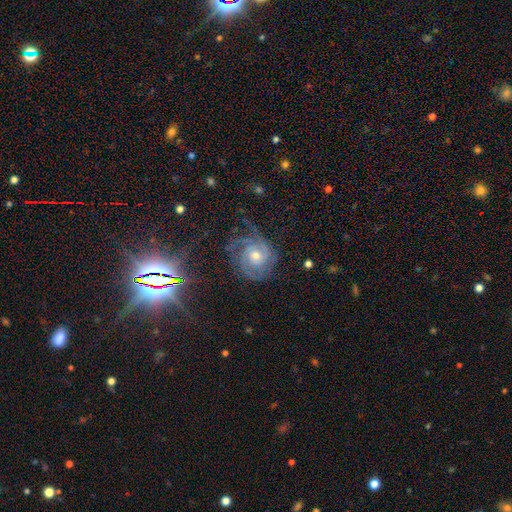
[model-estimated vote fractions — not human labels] Smooth or featured?
  - featured or disk: 81% *
  - star or artifact: 10%
  - smooth: 8%
Edge-on disk?
  - no: 97% *
  - yes: 3%
Bar?
  - no: 75% *
  - weak: 20%
  - strong: 5%
Spiral arms?
  - yes: 96% *
  - no: 4%
Spiral winding?
  - tight: 65% *
  - medium: 29%
  - loose: 6%
Spiral arm count?
  - 3: 31% *
  - can't tell: 25%
  - 2: 22%
  - 4: 10%
  - 1: 6%
  - more than 4: 6%
Bulge size?
  - moderate: 58% *
  - small: 38%
  - large: 3%
  - none: 1%
  - dominant: 1%
Merging?
  - none: 65% *
  - minor disturbance: 20%
  - major disturbance: 13%
  - merger: 1%